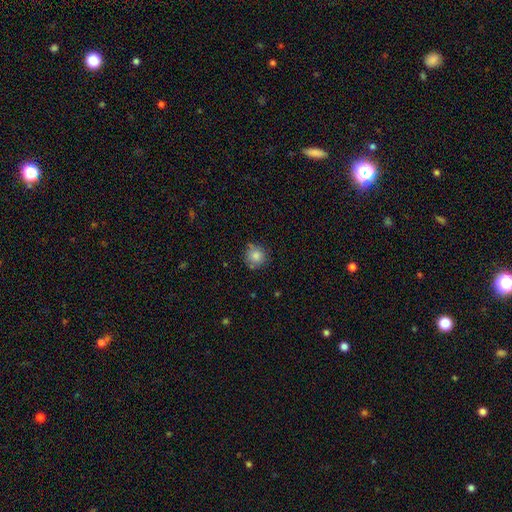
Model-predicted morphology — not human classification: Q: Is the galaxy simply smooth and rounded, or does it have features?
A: smooth — 82%.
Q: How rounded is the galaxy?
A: round — 91%.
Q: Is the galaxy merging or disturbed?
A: none — 75%.